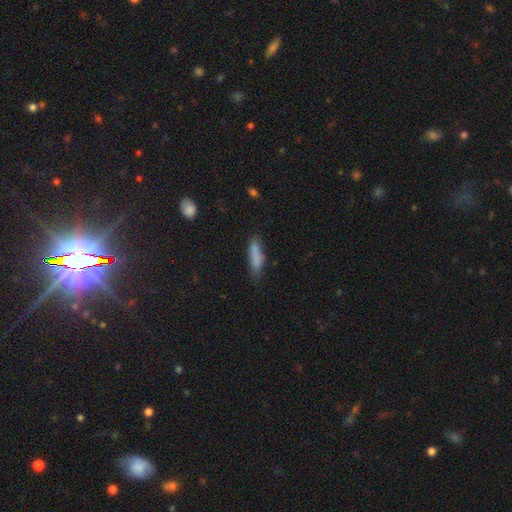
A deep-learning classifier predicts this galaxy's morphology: smooth_or_featured: smooth (p=0.81) [alt: featured or disk p=0.11]
how_rounded: cigar-shaped (p=0.64) [alt: in between p=0.34]
merging: none (p=0.63) [alt: minor disturbance p=0.26]